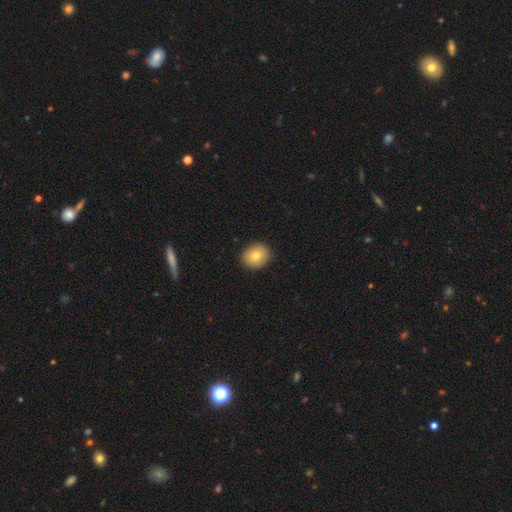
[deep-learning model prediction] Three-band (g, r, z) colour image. It shows a smooth galaxy with no disk features (75%) that is round (75%). Merging: none (90%).